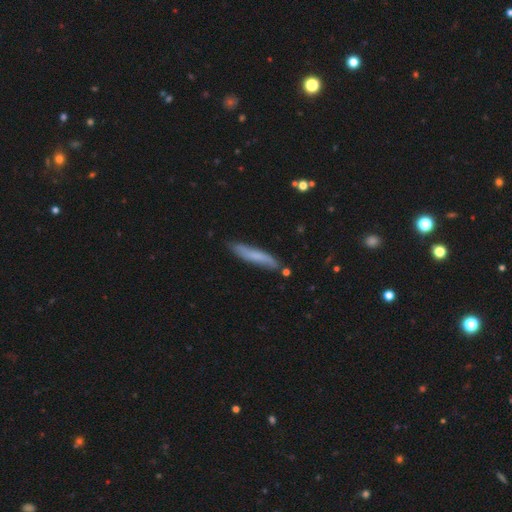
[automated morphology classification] The model was most divided on "smooth or featured": smooth: 61%, featured or disk: 32%, star or artifact: 7%. More confident: how rounded — cigar-shaped (89%); merging — none (79%).